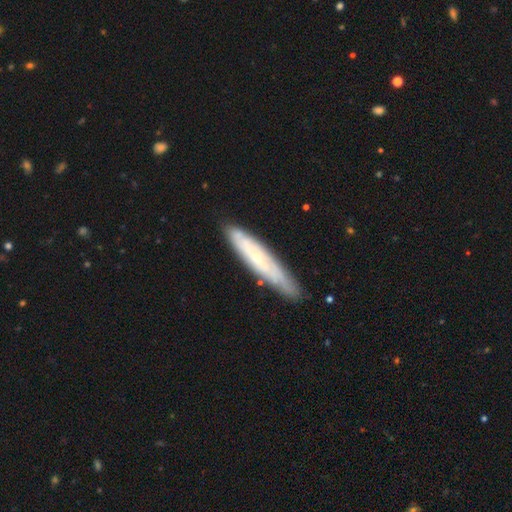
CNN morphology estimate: Q: Smooth or featured?
A: featured or disk (56%); runner-up: smooth (38%)
Q: Edge-on disk?
A: yes (57%); runner-up: no (43%)
Q: Merging?
A: none (80%); runner-up: minor disturbance (15%)